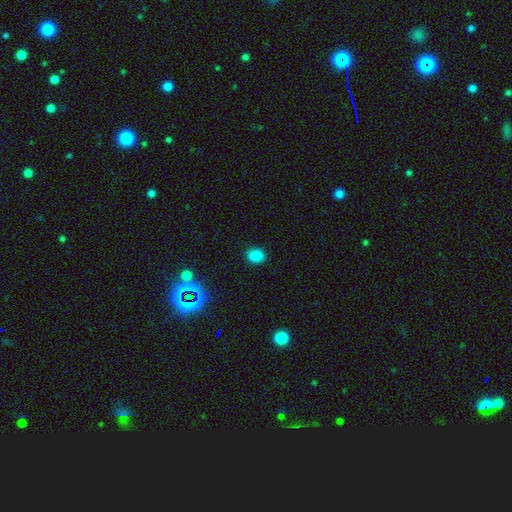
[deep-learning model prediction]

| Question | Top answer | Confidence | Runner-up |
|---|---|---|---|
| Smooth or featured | smooth | 82% | star or artifact (14%) |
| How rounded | in between | 51% | round (48%) |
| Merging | none | 87% | minor disturbance (9%) |